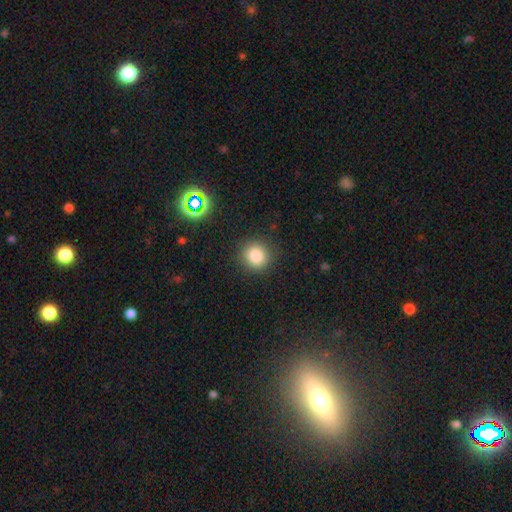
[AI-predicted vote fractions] The model was most divided on "smooth or featured": smooth: 84%, star or artifact: 11%, featured or disk: 5%. More confident: how rounded — round (90%); merging — none (89%).